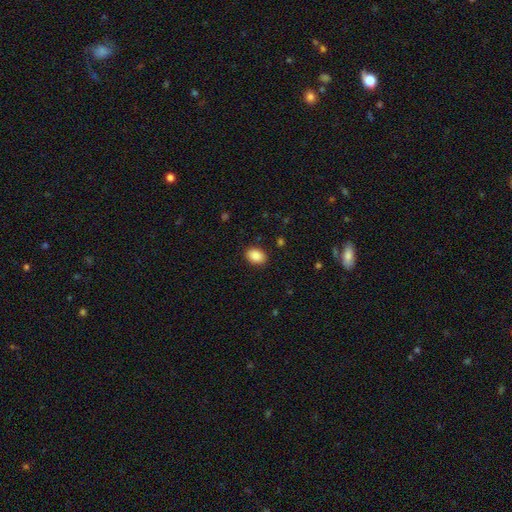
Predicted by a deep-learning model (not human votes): A smooth galaxy with no disk features (89%) that is in between round and cigar-shaped (79%).

Vote fractions:
- Smooth or featured? smooth: 89% / star or artifact: 8% / featured or disk: 4%
- How rounded? in between: 79% / round: 20% / cigar-shaped: 1%
- Merging? none: 89% / minor disturbance: 8% / major disturbance: 2% / merger: 1%